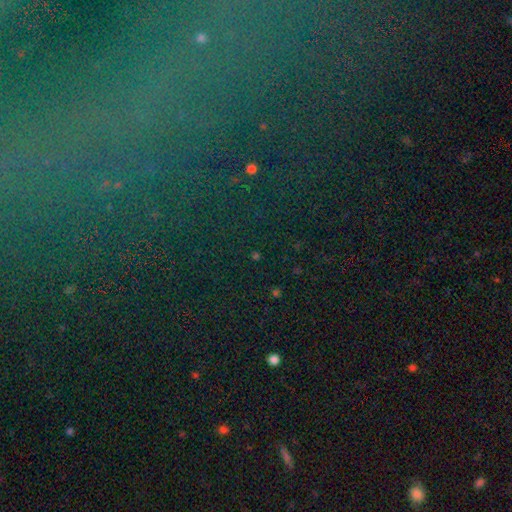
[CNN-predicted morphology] A star or artifact, not a galaxy (72%).